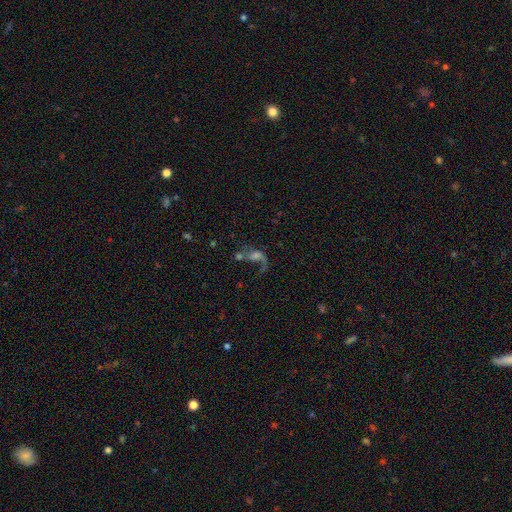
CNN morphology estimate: Smooth or featured? featured or disk (57%)
Edge-on disk? no (93%)
Bar? no (65%)
Spiral arms? yes (69%)
Bulge size? small (31%)
Merging? major disturbance (35%)